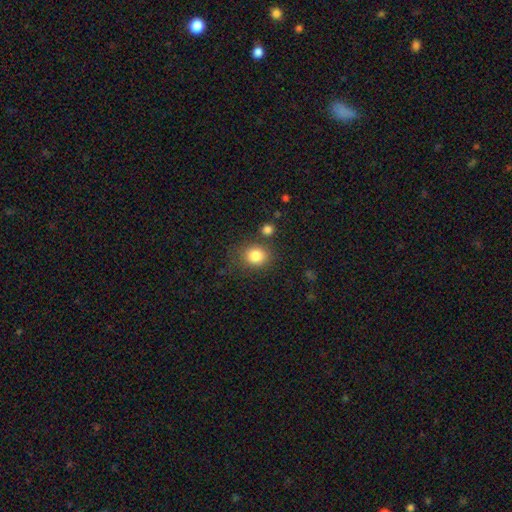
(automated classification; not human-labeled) A smooth galaxy with no disk features (83%) that is round (74%). Merging: none (75%).